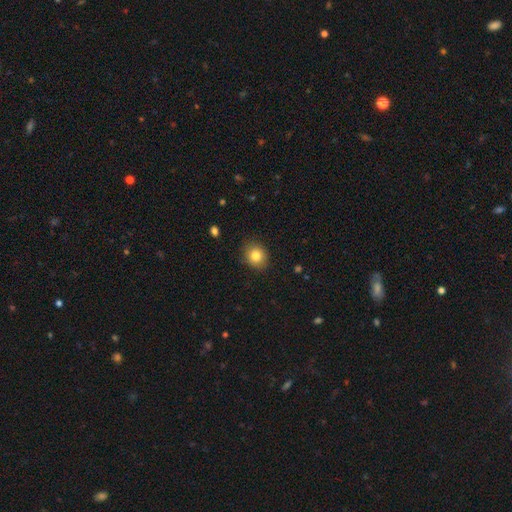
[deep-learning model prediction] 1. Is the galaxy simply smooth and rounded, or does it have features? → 82% smooth, 10% star or artifact, 8% featured or disk.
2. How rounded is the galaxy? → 73% round, 26% in between, 1% cigar-shaped.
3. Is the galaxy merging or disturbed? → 88% none, 9% minor disturbance, 2% major disturbance, 1% merger.